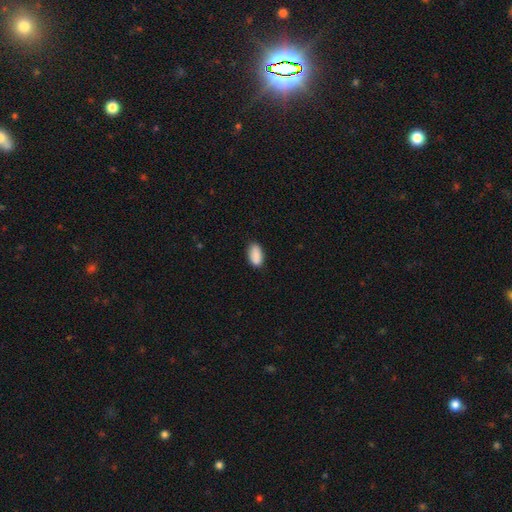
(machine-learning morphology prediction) Smooth or featured? Predicted: smooth (p=0.90). How rounded? Predicted: in between (p=0.94). Merging? Predicted: none (p=0.84).